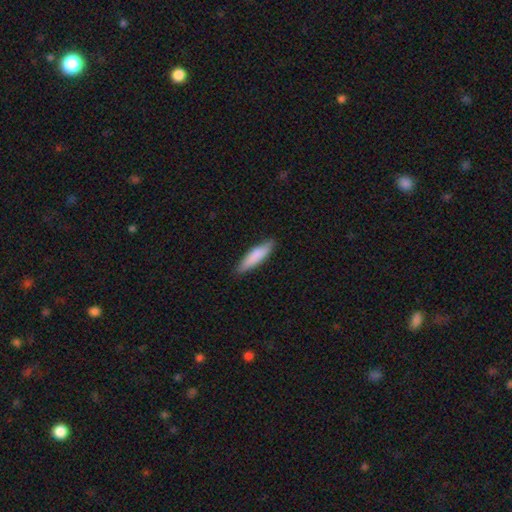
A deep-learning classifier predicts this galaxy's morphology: Smooth or featured: smooth — 83% (featured or disk — 12%)
How rounded: cigar-shaped — 69% (in between — 30%)
Merging: none — 85% (minor disturbance — 12%)